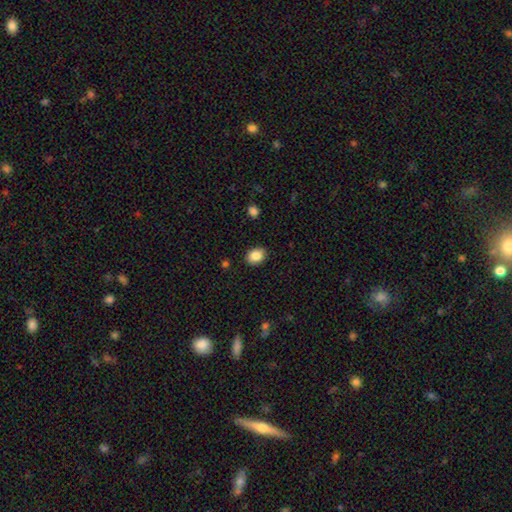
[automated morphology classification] Smooth or featured: smooth — 87% (star or artifact — 8%)
How rounded: in between — 60% (round — 39%)
Merging: none — 88% (minor disturbance — 8%)